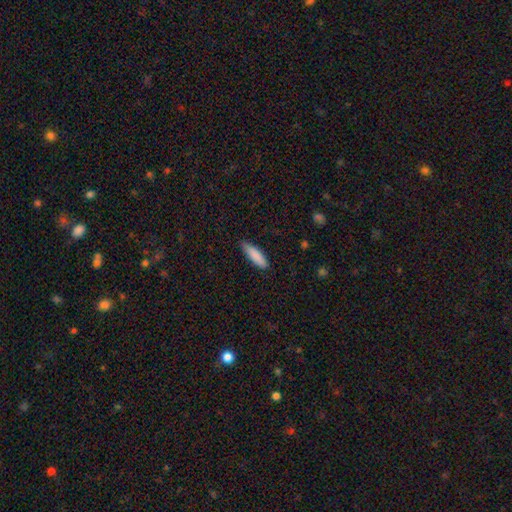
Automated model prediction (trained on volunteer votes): A smooth galaxy with no disk features (87%) that is cigar-shaped (58%).

Vote fractions:
- Smooth or featured? smooth: 87% / featured or disk: 7% / star or artifact: 6%
- How rounded? cigar-shaped: 58% / in between: 40% / round: 1%
- Merging? none: 78% / minor disturbance: 18% / major disturbance: 3% / merger: 1%